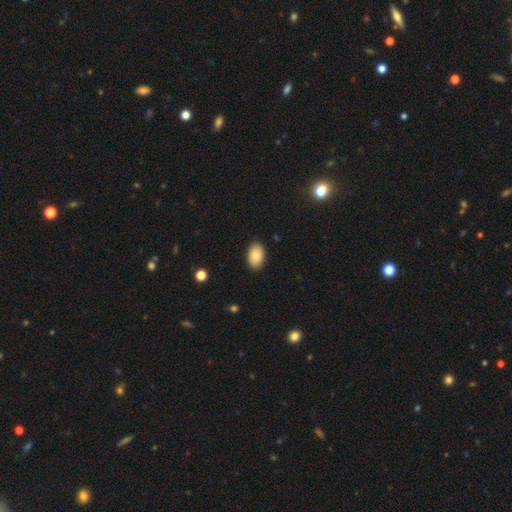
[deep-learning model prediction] Overall: smooth (87%). How rounded: in between (93%). Merging: none (88%).